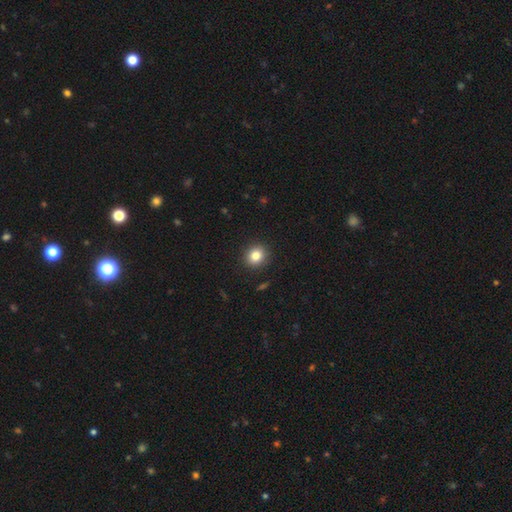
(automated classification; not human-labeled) Smooth or featured: smooth — 83% (star or artifact — 11%)
How rounded: round — 81% (in between — 18%)
Merging: none — 91% (minor disturbance — 6%)